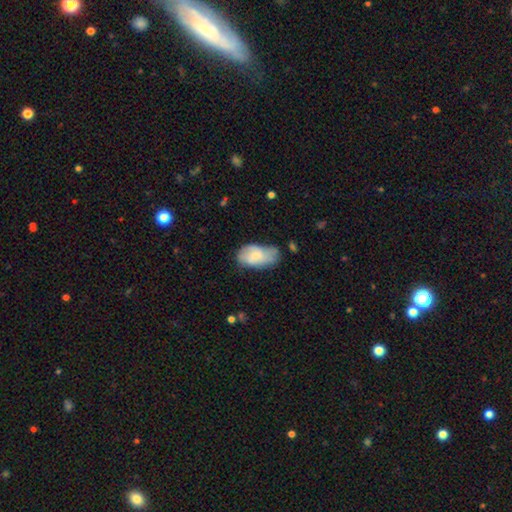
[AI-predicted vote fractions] Smooth or featured? Predicted: smooth (p=0.64). How rounded? Predicted: in between (p=0.93). Merging? Predicted: none (p=0.45).